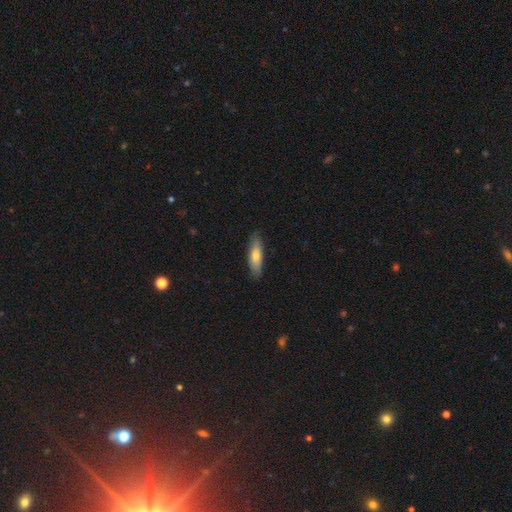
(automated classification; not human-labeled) This is likely a smooth galaxy (69%). How rounded: possibly cigar-shaped (59%). Merging: clearly none (85%).